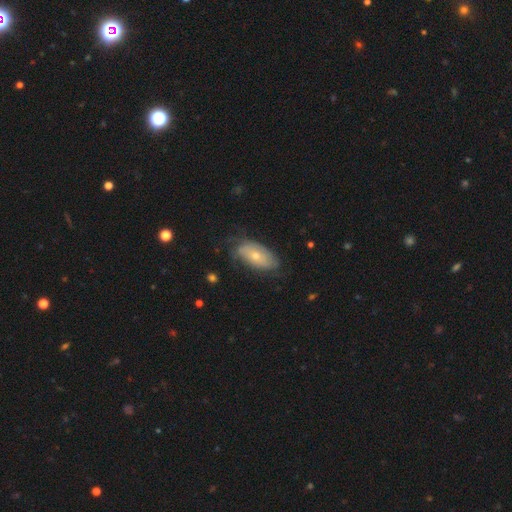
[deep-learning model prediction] This is possibly a smooth galaxy (48%). Merging: possibly none (59%).